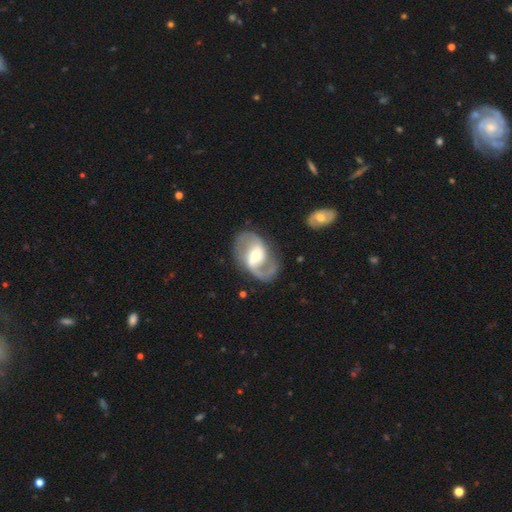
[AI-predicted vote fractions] This is clearly a featured or disk galaxy (86%). It is clearly not viewed edge-on (97%). Bar: marginally weak (44%). Spiral arm pattern: clearly yes (94%). Spiral arm count: clearly 2 (90%). Spiral winding: possibly medium (48%). Central bulge: possibly moderate (56%). Merging: likely none (77%).